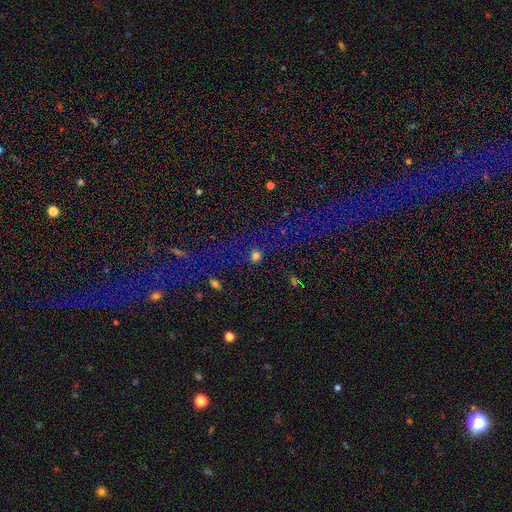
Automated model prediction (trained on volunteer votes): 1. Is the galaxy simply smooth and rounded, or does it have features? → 75% smooth, 20% star or artifact, 5% featured or disk.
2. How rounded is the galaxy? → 89% round, 10% in between, 1% cigar-shaped.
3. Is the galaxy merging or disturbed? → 84% none, 9% minor disturbance, 4% major disturbance, 3% merger.